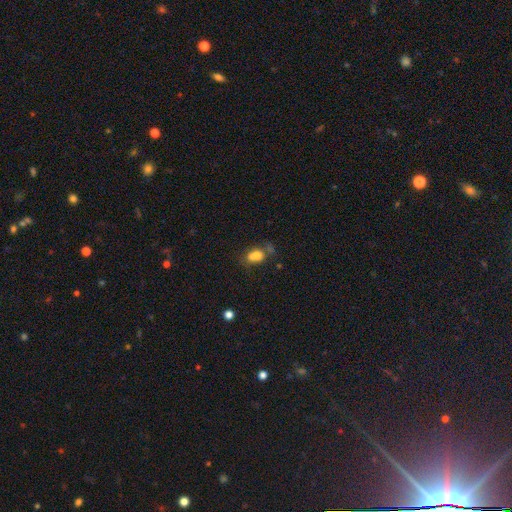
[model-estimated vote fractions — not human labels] smooth_or_featured: smooth (p=0.68) [alt: featured or disk p=0.18]
how_rounded: in between (p=0.61) [alt: round p=0.36]
merging: merger (p=0.49) [alt: none p=0.31]